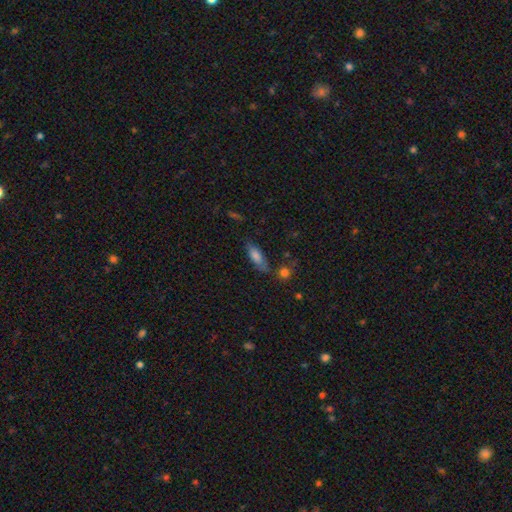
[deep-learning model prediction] The model was most divided on "how rounded": in between: 66%, cigar-shaped: 31%, round: 3%. More confident: smooth or featured — smooth (73%); merging — none (66%).